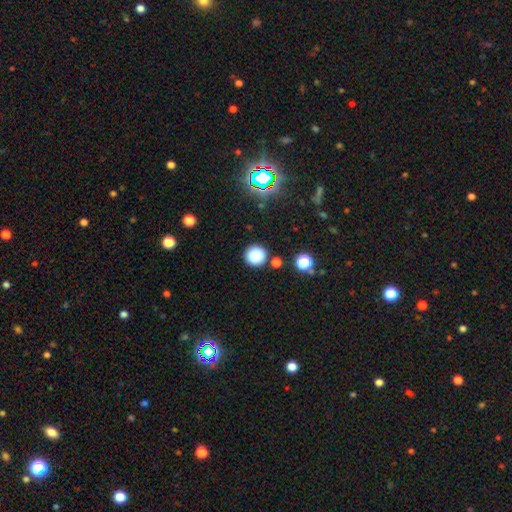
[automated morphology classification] A smooth galaxy with no disk features (83%) that is round (95%).

Vote fractions:
- Smooth or featured? smooth: 83% / star or artifact: 12% / featured or disk: 4%
- How rounded? round: 95% / in between: 4% / cigar-shaped: 1%
- Merging? none: 86% / minor disturbance: 7% / merger: 5% / major disturbance: 2%